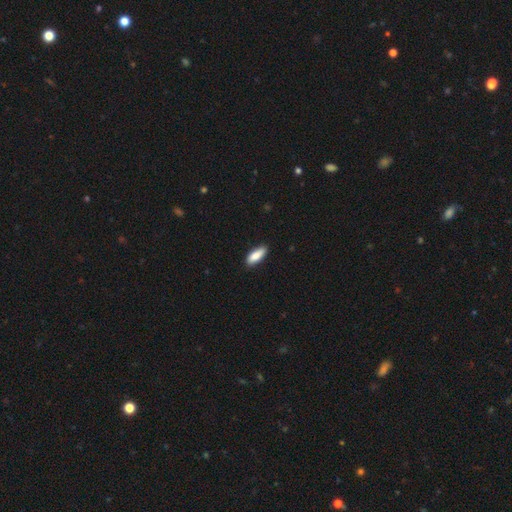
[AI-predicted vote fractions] This is clearly a smooth galaxy (85%). How rounded: likely in between (71%). Merging: clearly none (84%).